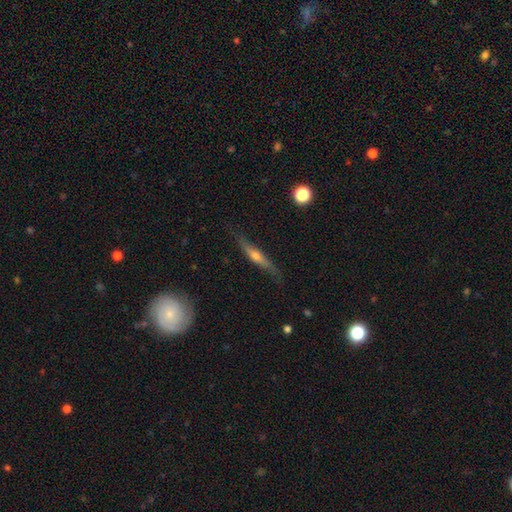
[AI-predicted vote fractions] The model was most divided on "smooth or featured": featured or disk: 60%, smooth: 34%, star or artifact: 6%. More confident: edge-on disk — yes (92%); edge-on bulge — rounded (80%); merging — none (78%).